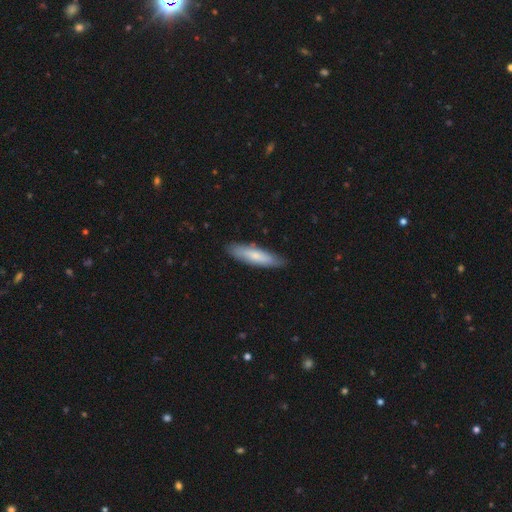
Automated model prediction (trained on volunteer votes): Morphology: type=smooth (71%); roundness=cigar-shaped (71%); merging=none (86%).